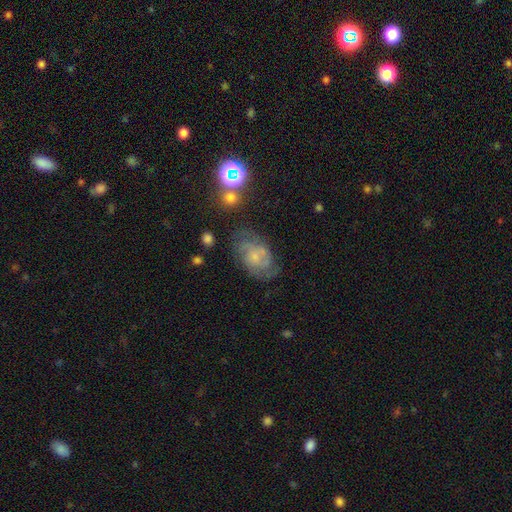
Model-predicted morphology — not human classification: Smooth or featured? Predicted: featured or disk (p=0.59). Edge-on disk? Predicted: no (p=0.97). Bar? Predicted: no (p=0.76). Spiral arms? Predicted: yes (p=0.77). Bulge size? Predicted: small (p=0.64). Merging? Predicted: none (p=0.56).